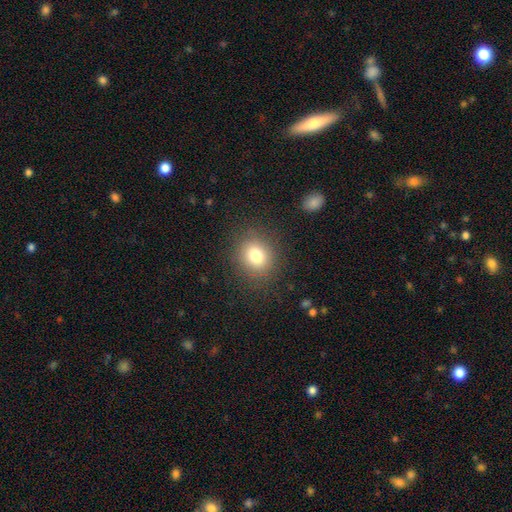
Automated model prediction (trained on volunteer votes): Smooth or featured? Predicted: smooth (p=0.79). How rounded? Predicted: round (p=0.71). Merging? Predicted: none (p=0.86).